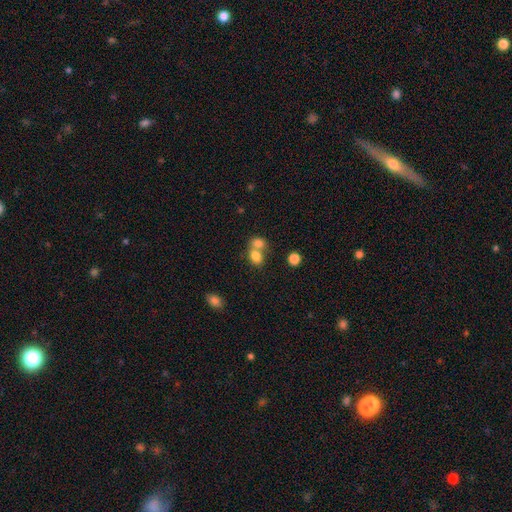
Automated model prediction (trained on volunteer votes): Smooth or featured? Predicted: smooth (p=0.79). How rounded? Predicted: in between (p=0.57). Merging? Predicted: merger (p=0.60).